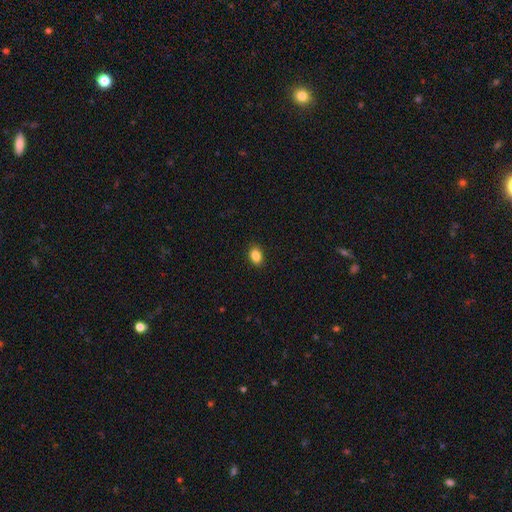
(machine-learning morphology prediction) Smooth or featured?
  - smooth: 87% *
  - star or artifact: 9%
  - featured or disk: 5%
How rounded?
  - in between: 78% *
  - round: 21%
  - cigar-shaped: 1%
Merging?
  - none: 89% *
  - minor disturbance: 8%
  - major disturbance: 2%
  - merger: 1%